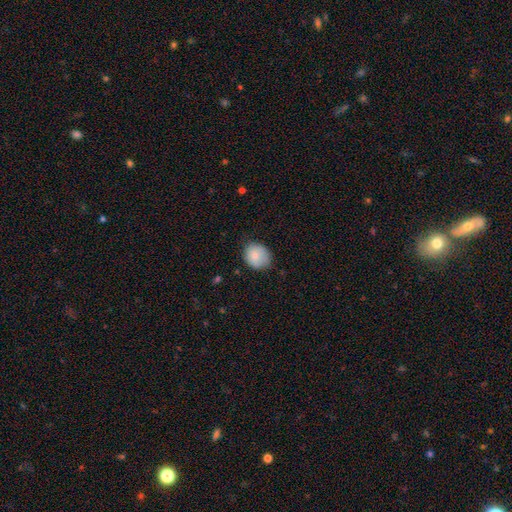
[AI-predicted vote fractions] Smooth or featured: smooth — 79% (featured or disk — 12%)
How rounded: round — 68% (in between — 31%)
Merging: none — 72% (minor disturbance — 23%)